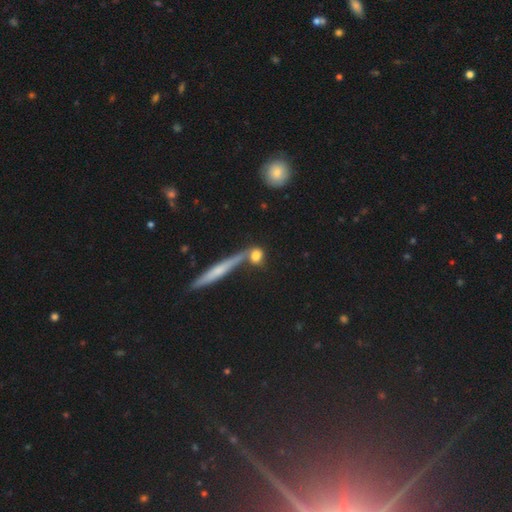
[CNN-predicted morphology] The model was most divided on "merging": none: 57%, merger: 24%, minor disturbance: 12%, major disturbance: 7%. More confident: smooth or featured — smooth (73%); how rounded — round (63%).